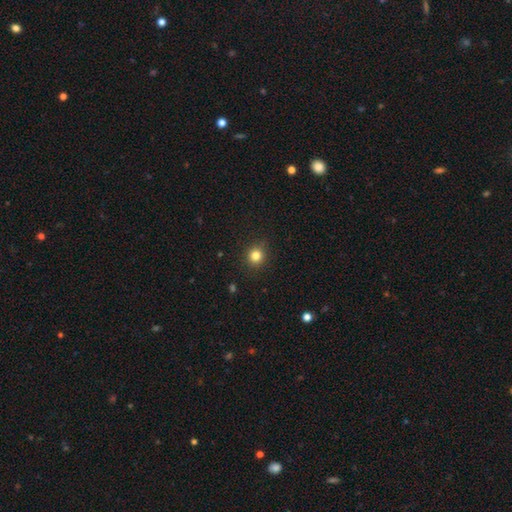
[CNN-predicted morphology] smooth 82%, star or artifact 13%, featured or disk 5%. Down the decision tree: how rounded — round (90%); merging — none (90%).